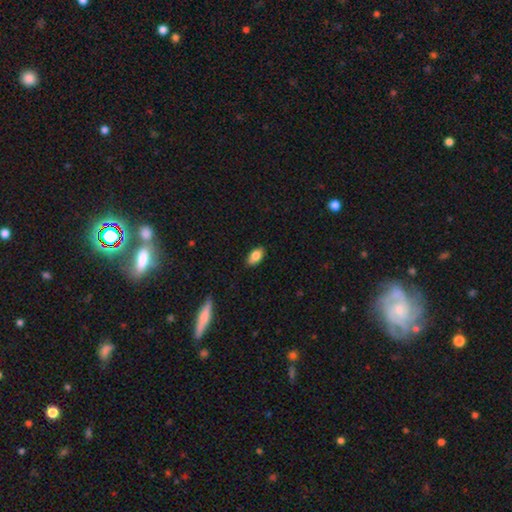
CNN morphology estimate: Smooth or featured? Predicted: smooth (p=0.84). How rounded? Predicted: in between (p=0.91). Merging? Predicted: none (p=0.85).